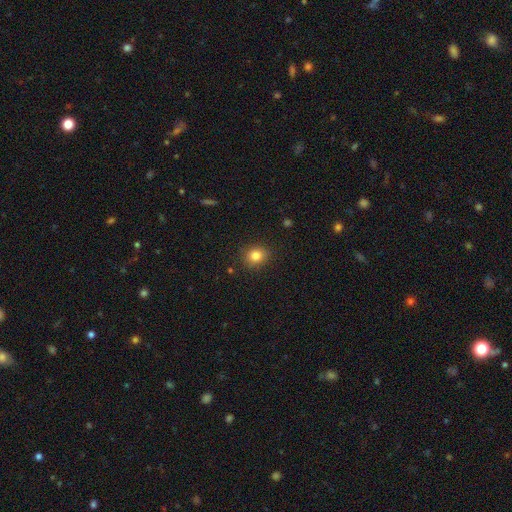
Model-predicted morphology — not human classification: A smooth galaxy with no disk features (83%) that is round (75%). Merging: none (87%).